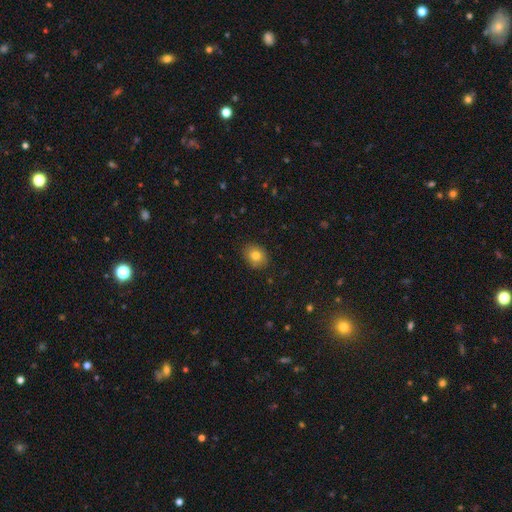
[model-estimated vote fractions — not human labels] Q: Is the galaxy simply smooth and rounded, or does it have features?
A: smooth — 80%.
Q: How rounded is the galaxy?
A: round — 50%.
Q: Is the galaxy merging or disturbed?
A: none — 86%.